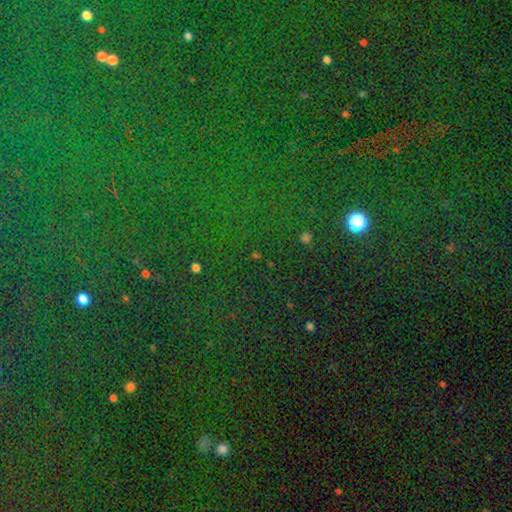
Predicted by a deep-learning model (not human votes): A star or artifact, not a galaxy (70%).

Vote fractions:
- Smooth or featured? star or artifact: 70% / smooth: 22% / featured or disk: 8%